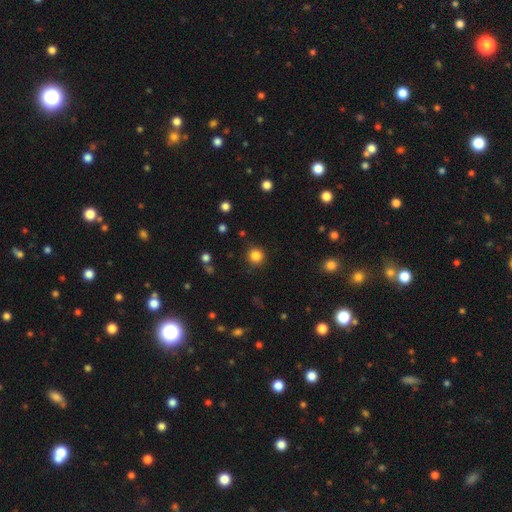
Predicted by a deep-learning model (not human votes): smooth 84%, star or artifact 12%, featured or disk 4%. Down the decision tree: how rounded — round (93%); merging — none (88%).